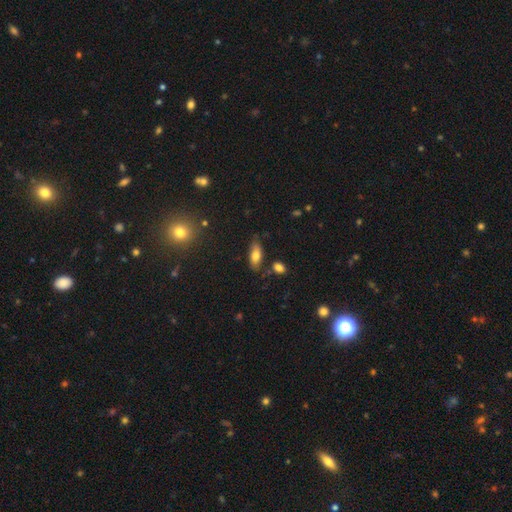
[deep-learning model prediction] A smooth galaxy with no disk features (75%) that is in between round and cigar-shaped (82%). Merging: none (71%).